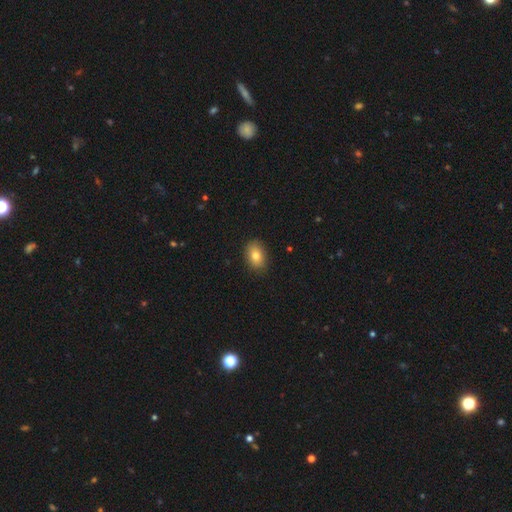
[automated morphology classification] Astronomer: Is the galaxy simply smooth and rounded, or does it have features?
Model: smooth — 79%.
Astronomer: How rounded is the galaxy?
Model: in between — 81%.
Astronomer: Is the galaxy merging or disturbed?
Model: none — 87%.